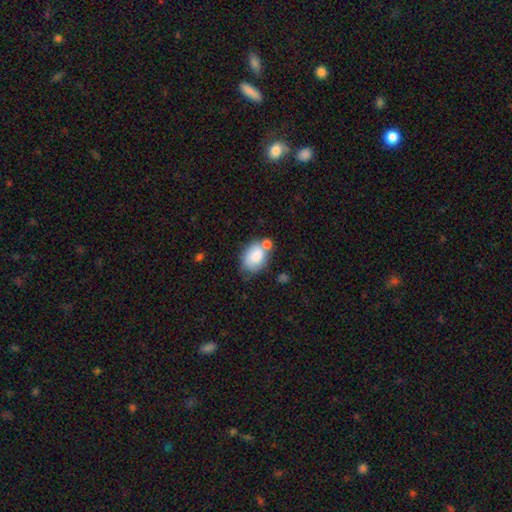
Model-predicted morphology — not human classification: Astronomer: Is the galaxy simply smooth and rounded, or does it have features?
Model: smooth — 79%.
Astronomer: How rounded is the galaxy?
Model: in between — 75%.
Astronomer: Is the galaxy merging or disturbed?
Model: none — 45% (runner-up: merger, 27%).